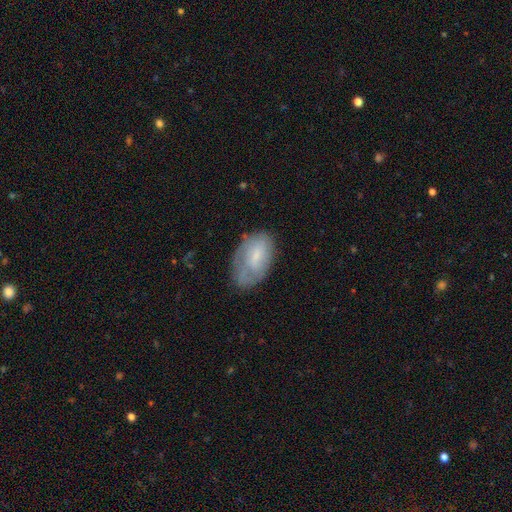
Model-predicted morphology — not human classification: A smooth galaxy with no disk features (52%) that is in between round and cigar-shaped (92%).

Vote fractions:
- Smooth or featured? smooth: 52% / featured or disk: 40% / star or artifact: 8%
- How rounded? in between: 92% / round: 6% / cigar-shaped: 2%
- Merging? none: 60% / minor disturbance: 27% / major disturbance: 11% / merger: 2%